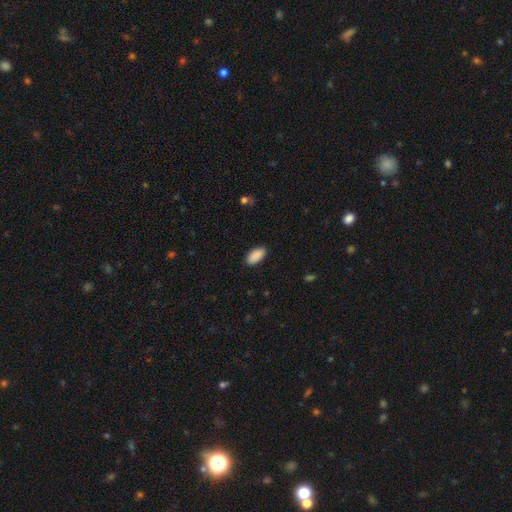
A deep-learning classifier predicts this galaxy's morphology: smooth_or_featured: smooth (p=0.91) [alt: star or artifact p=0.06]
how_rounded: in between (p=0.93) [alt: cigar-shaped p=0.05]
merging: none (p=0.89) [alt: minor disturbance p=0.08]